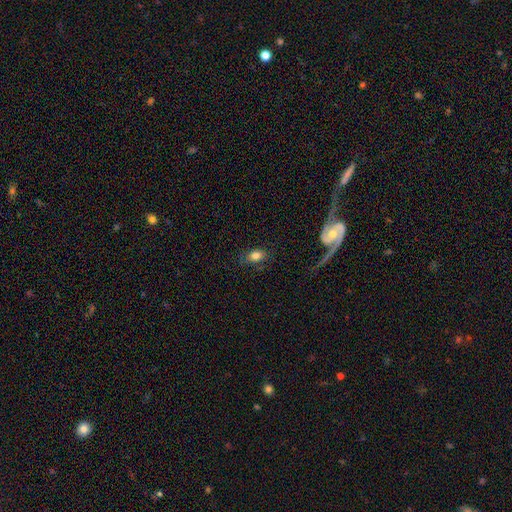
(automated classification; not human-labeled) Smooth or featured? smooth (79%)
How rounded? in between (84%)
Merging? none (77%)